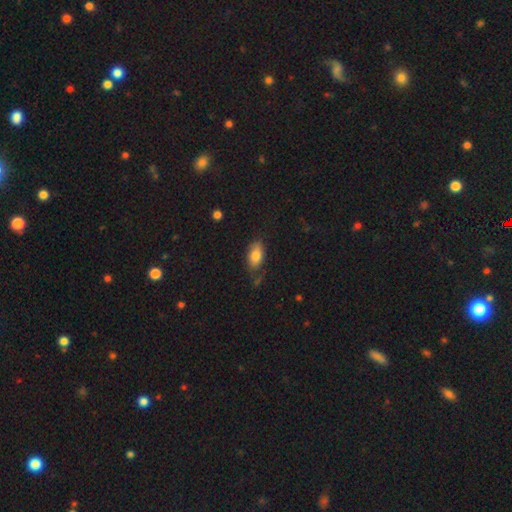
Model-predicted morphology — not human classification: The model was most divided on "merging": none: 68%, minor disturbance: 23%, major disturbance: 6%, merger: 3%. More confident: how rounded — in between (90%); smooth or featured — smooth (80%).